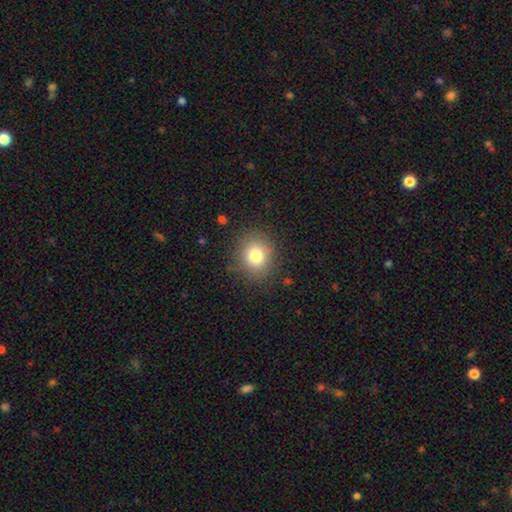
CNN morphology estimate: The model was most divided on "how rounded": round: 79%, in between: 20%, cigar-shaped: 1%. More confident: merging — none (86%); smooth or featured — smooth (79%).